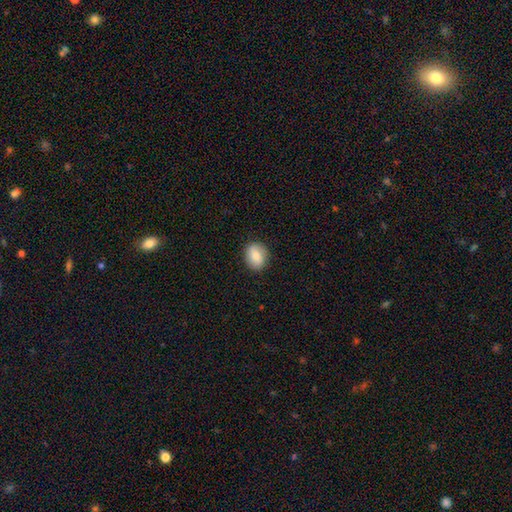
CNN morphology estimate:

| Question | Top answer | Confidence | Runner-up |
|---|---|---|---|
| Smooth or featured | smooth | 80% | featured or disk (12%) |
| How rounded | round | 50% | in between (49%) |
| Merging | none | 87% | minor disturbance (10%) |